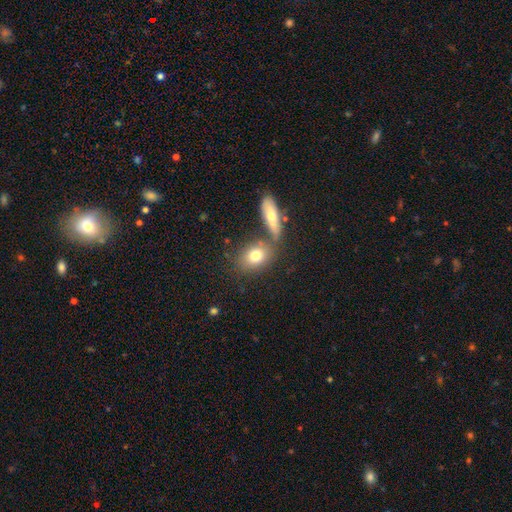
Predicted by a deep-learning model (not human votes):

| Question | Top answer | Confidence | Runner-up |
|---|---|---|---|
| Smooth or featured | smooth | 76% | featured or disk (15%) |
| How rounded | in between | 65% | round (31%) |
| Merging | none | 60% | merger (25%) |